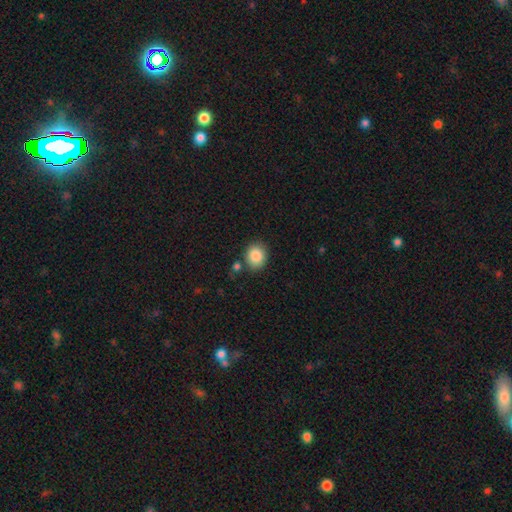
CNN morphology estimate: Q: Smooth or featured?
A: smooth (87%); runner-up: star or artifact (8%)
Q: How rounded?
A: round (65%); runner-up: in between (35%)
Q: Merging?
A: none (77%); runner-up: minor disturbance (12%)